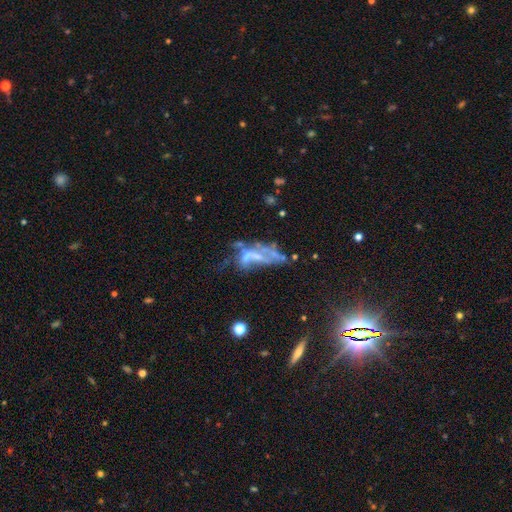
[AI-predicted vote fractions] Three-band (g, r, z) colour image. It shows a featured or disk galaxy (57%) with no bar (80%), no spiral arms (83%) and no central bulge (57%). Merging: major disturbance (34%).